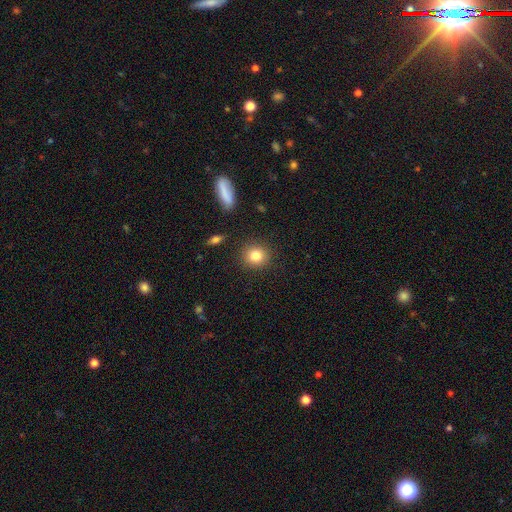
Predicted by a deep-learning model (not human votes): Overall: smooth (83%). How rounded: round (86%). Merging: none (89%).